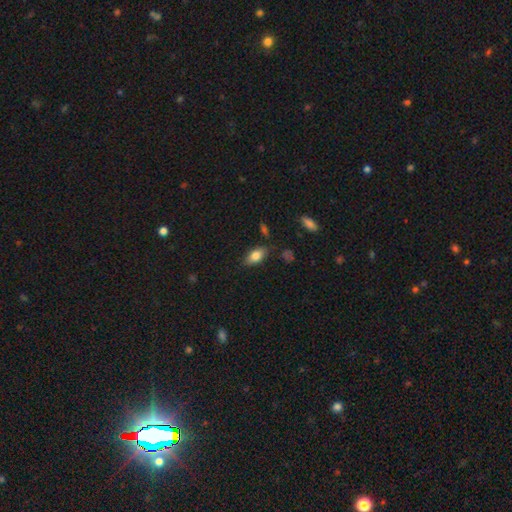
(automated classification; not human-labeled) Smooth or featured? Predicted: smooth (p=0.81). How rounded? Predicted: in between (p=0.90). Merging? Predicted: none (p=0.80).